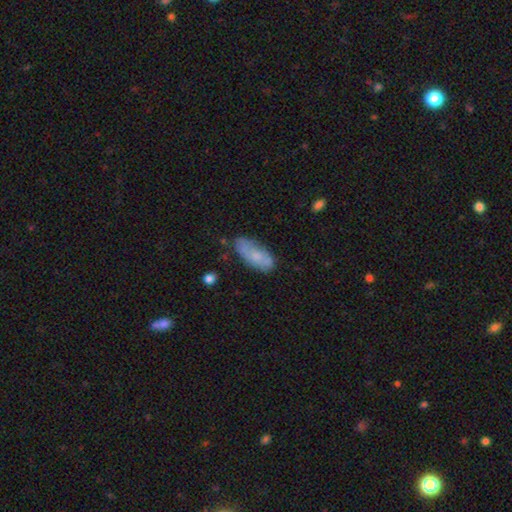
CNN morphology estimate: This appears to be a smooth galaxy with no disk features (64%) that is in between round and cigar-shaped (81%). Merging: none (66%).